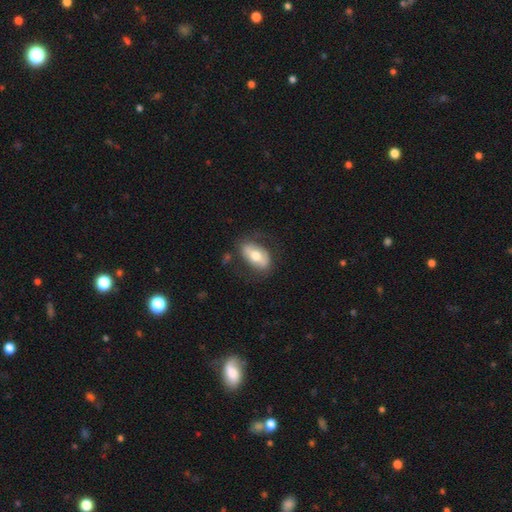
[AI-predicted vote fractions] Q: Smooth or featured?
A: smooth (56%); runner-up: featured or disk (39%)
Q: How rounded?
A: in between (90%); runner-up: round (7%)
Q: Merging?
A: none (69%); runner-up: minor disturbance (19%)